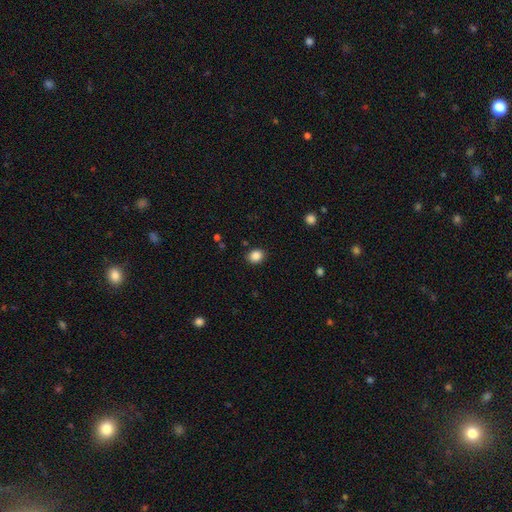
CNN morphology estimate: This is clearly a smooth galaxy (87%). How rounded: possibly round (56%). Merging: clearly none (88%).